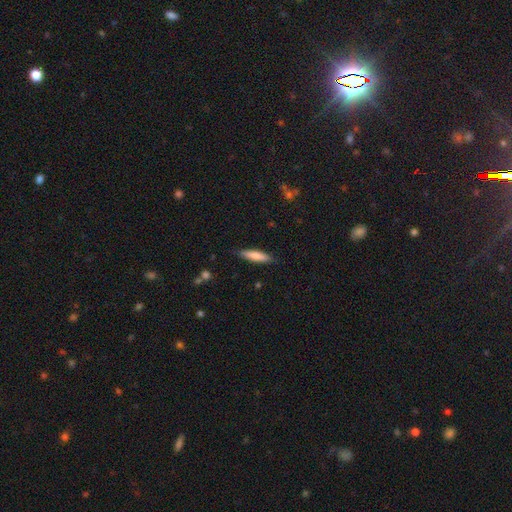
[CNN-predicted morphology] This is likely a smooth galaxy (78%). How rounded: likely cigar-shaped (76%). Merging: clearly none (87%).